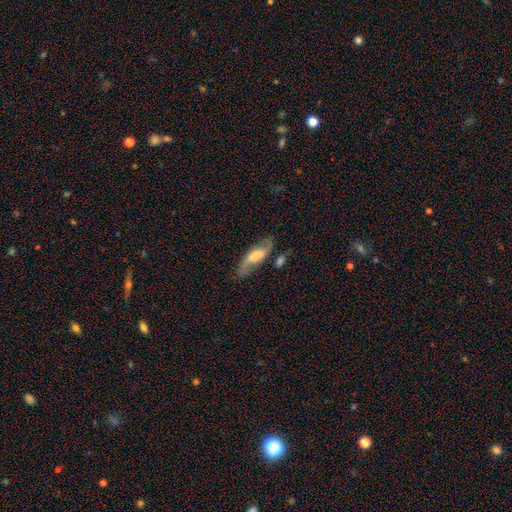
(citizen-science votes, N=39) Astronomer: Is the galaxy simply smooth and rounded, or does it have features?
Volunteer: featured or disk — 59% (runner-up: smooth, 41%).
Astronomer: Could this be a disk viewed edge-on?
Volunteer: no — 87%.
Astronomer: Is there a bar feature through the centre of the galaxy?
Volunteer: weak — 40% (runner-up: strong, 35%).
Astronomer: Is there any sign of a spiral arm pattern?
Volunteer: yes — 100%.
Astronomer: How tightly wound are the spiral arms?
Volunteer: loose — 60%.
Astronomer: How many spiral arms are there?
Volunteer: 2 — 85%.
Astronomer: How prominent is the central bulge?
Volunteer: large — 50%.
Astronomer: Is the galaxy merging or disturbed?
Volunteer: none — 77%.